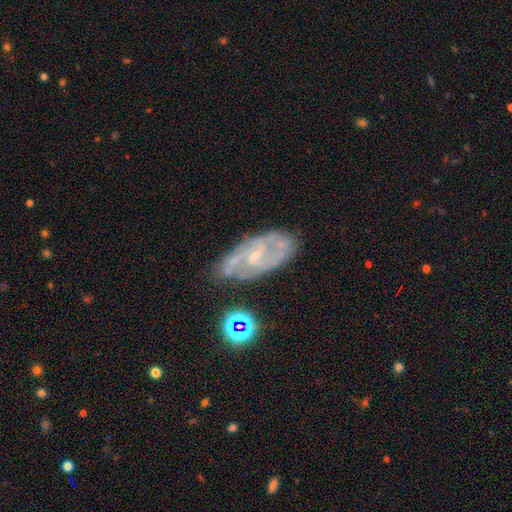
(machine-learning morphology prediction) A featured or disk galaxy (78%) with no bar (47%), 2 (49%) medium (46%) spiral arms (85%) and a small central bulge (71%). Merging: none (65%).